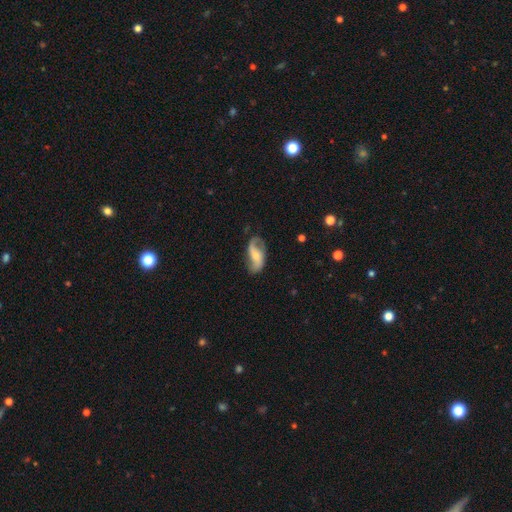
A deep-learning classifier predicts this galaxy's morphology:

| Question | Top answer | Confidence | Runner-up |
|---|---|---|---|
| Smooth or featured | featured or disk | 72% | smooth (22%) |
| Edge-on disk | no | 95% | yes (5%) |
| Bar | no | 42% | weak (36%) |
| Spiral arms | yes | 90% | no (10%) |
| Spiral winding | loose | 64% | medium (26%) |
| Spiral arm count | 2 | 86% | 1 (6%) |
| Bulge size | small | 49% | moderate (42%) |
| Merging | none | 64% | minor disturbance (22%) |